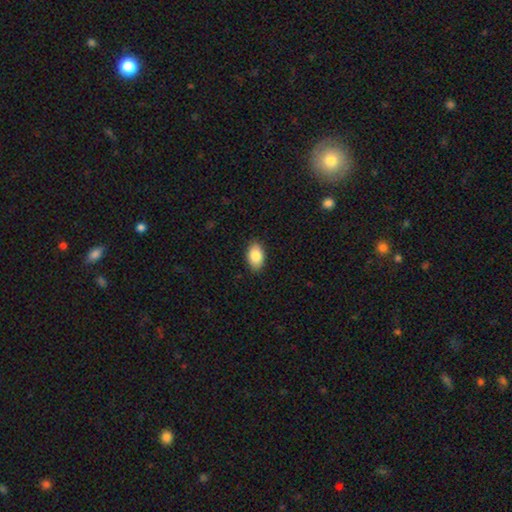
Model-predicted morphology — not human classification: Smooth or featured?
  - smooth: 86% *
  - featured or disk: 7%
  - star or artifact: 7%
How rounded?
  - in between: 91% *
  - round: 8%
  - cigar-shaped: 1%
Merging?
  - none: 88% *
  - minor disturbance: 9%
  - major disturbance: 2%
  - merger: 1%